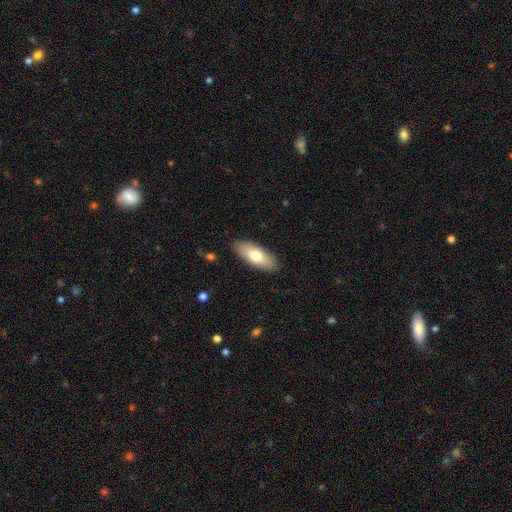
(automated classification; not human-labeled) A smooth galaxy with no disk features (72%) that is in between round and cigar-shaped (78%). Merging: none (88%).